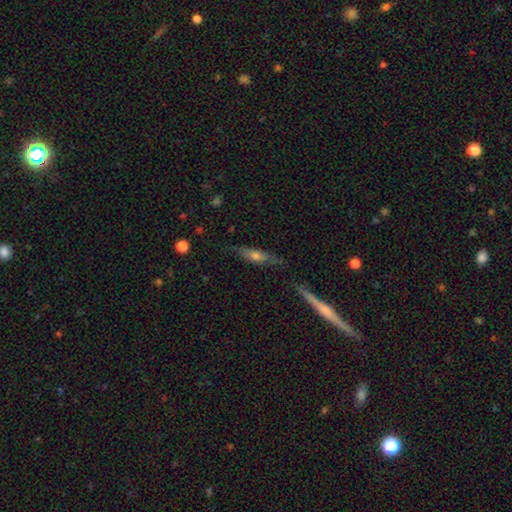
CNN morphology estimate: This appears to be a featured or disk galaxy (53%) viewed edge-on (79%). Merging: none (71%).